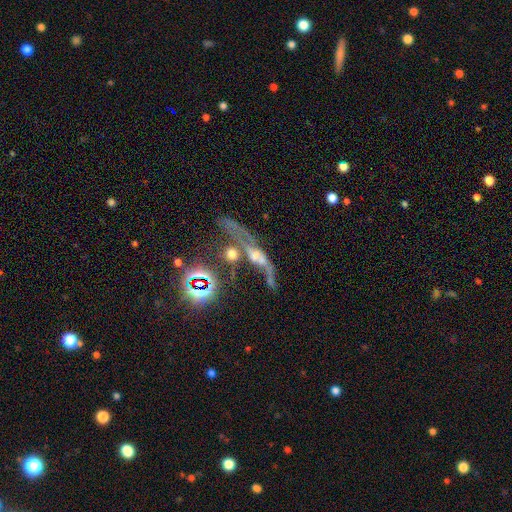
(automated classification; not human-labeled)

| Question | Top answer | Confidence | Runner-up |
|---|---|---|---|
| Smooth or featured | featured or disk | 53% | star or artifact (26%) |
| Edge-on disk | no | 65% | yes (35%) |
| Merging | merger | 34% | major disturbance (29%) |